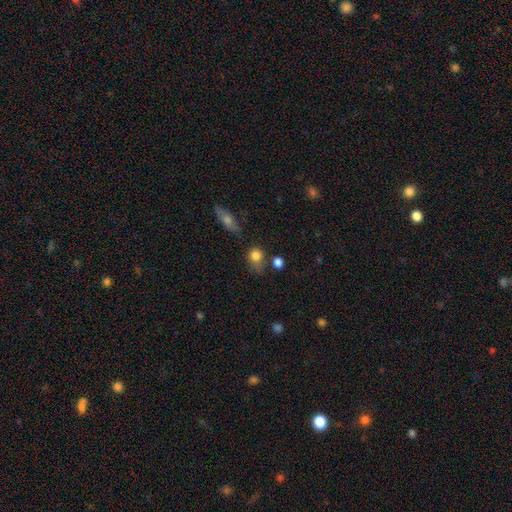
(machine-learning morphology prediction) smooth 80%, star or artifact 11%, featured or disk 9%. Down the decision tree: how rounded — round (76%); merging — none (53%).